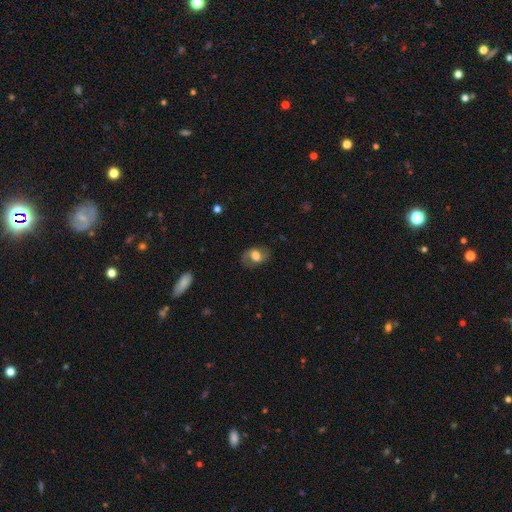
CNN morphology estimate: smooth 55%, featured or disk 36%, star or artifact 8%. Down the decision tree: how rounded — in between (76%); merging — none (72%).